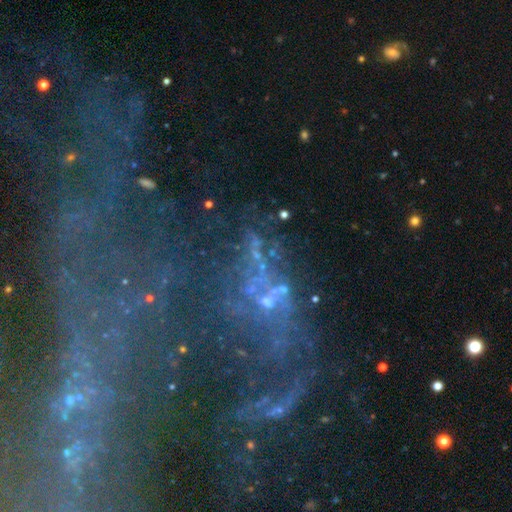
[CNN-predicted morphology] smooth-or-featured: star or artifact: 44% | featured or disk: 40% | smooth: 16%